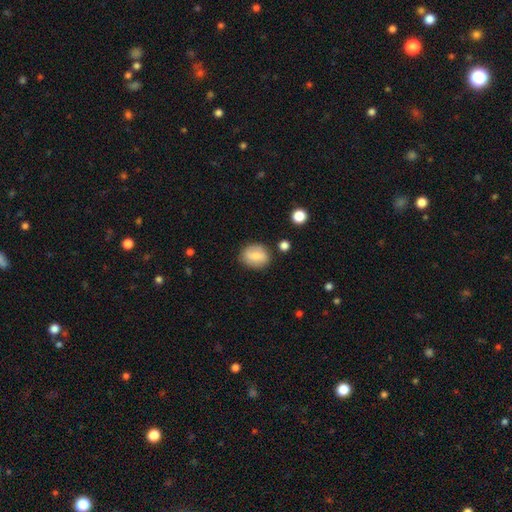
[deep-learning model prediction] Smooth or featured: smooth — 73% (featured or disk — 20%)
How rounded: round — 59% (in between — 40%)
Merging: none — 79% (minor disturbance — 14%)